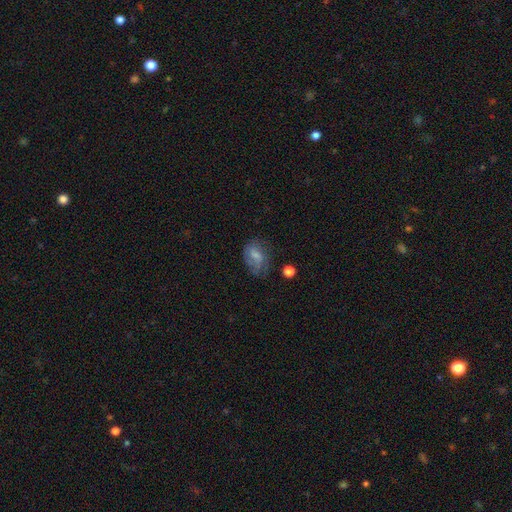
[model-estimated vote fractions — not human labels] Smooth or featured: smooth — 61% (featured or disk — 29%)
How rounded: in between — 79% (round — 19%)
Merging: none — 44% (minor disturbance — 31%)